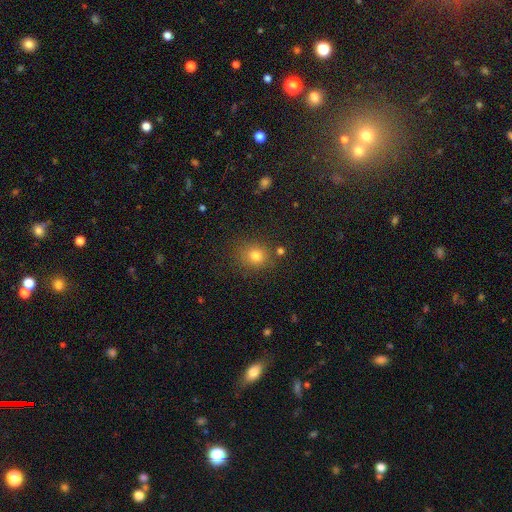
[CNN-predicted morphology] This is likely a smooth galaxy (77%). How rounded: clearly round (80%). Merging: clearly none (81%).